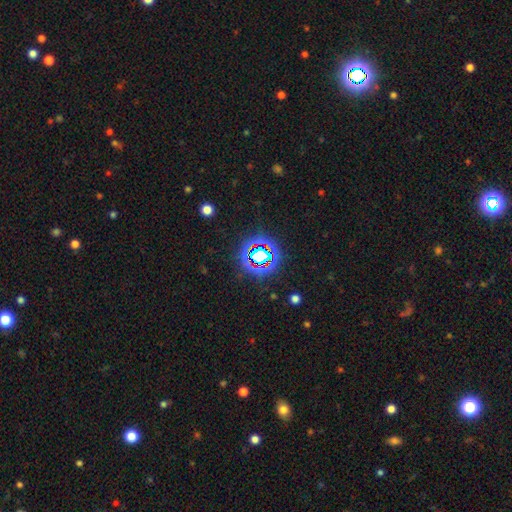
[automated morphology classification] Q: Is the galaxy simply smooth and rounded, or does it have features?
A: star or artifact — 70%.